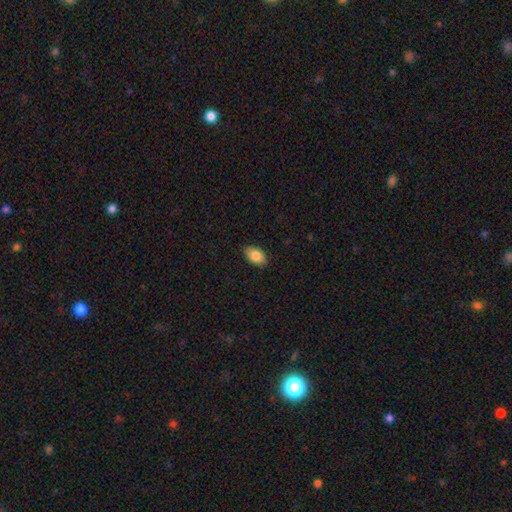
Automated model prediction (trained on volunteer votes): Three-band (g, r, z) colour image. It shows a smooth galaxy with no disk features (85%) that is in between round and cigar-shaped (91%). Merging: none (88%).